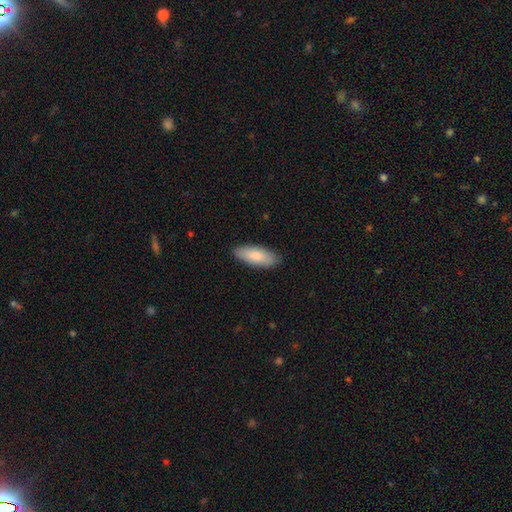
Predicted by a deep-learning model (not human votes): This is clearly a smooth galaxy (83%). How rounded: clearly in between (81%). Merging: clearly none (88%).